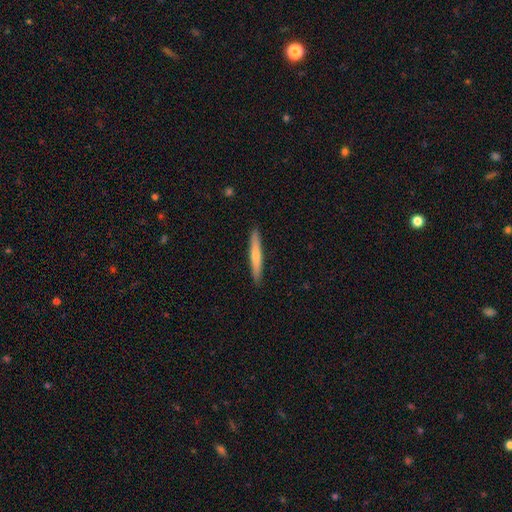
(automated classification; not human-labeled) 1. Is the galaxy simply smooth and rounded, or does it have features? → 66% smooth, 29% featured or disk, 5% star or artifact.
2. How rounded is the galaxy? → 95% cigar-shaped, 4% in between, 1% round.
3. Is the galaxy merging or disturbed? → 91% none, 7% minor disturbance, 1% major disturbance, 1% merger.